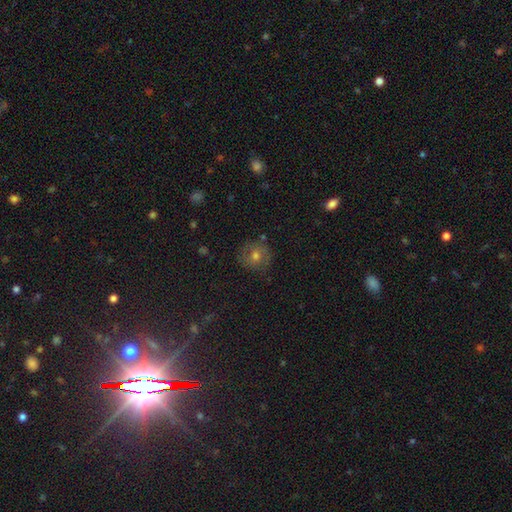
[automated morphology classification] The model was most divided on "smooth or featured": smooth: 52%, featured or disk: 30%, star or artifact: 18%. More confident: how rounded — round (89%); merging — none (80%).